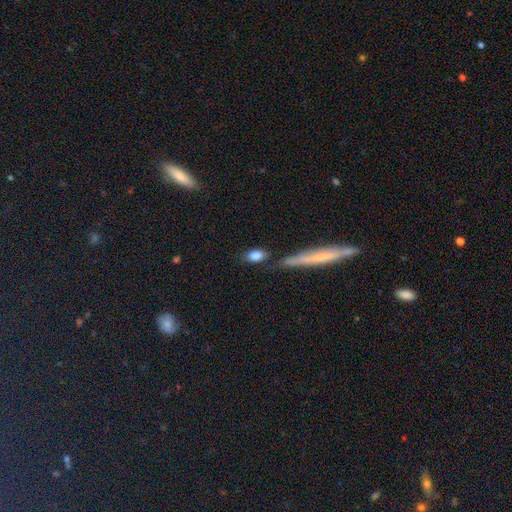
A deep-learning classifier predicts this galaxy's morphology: Smooth or featured?
  - smooth: 82% *
  - featured or disk: 11%
  - star or artifact: 8%
How rounded?
  - in between: 81% *
  - cigar-shaped: 10%
  - round: 9%
Merging?
  - none: 65% *
  - minor disturbance: 16%
  - merger: 12%
  - major disturbance: 6%